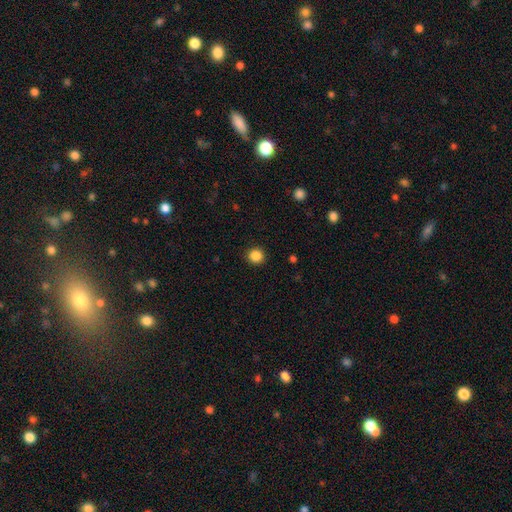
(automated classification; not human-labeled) A smooth galaxy with no disk features (86%) that is round (92%). Merging: none (92%).